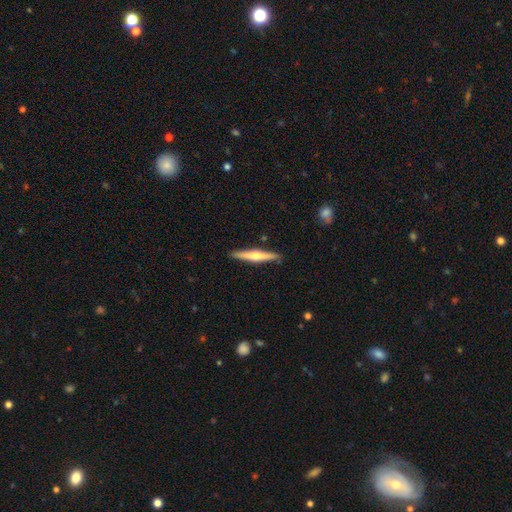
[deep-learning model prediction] Overall: featured or disk (52%; smooth 43%). Edge-on disk: yes (97%). Merging: none (90%).